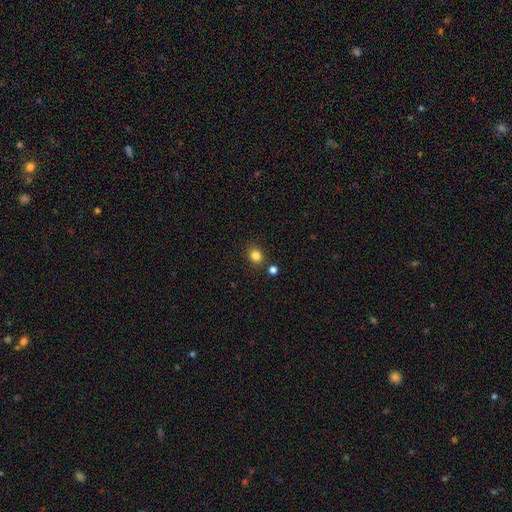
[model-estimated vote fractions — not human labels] Smooth or featured: smooth — 83% (star or artifact — 13%)
How rounded: round — 73% (in between — 26%)
Merging: none — 83% (minor disturbance — 8%)